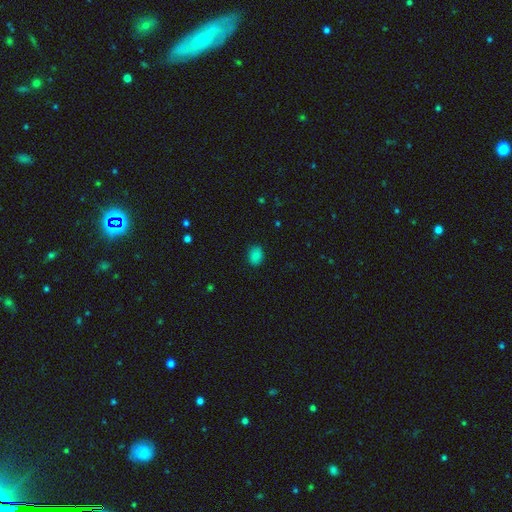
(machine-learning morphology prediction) Smooth or featured?
  - smooth: 84% *
  - star or artifact: 12%
  - featured or disk: 4%
How rounded?
  - in between: 67% *
  - round: 32%
  - cigar-shaped: 1%
Merging?
  - none: 86% *
  - minor disturbance: 10%
  - major disturbance: 2%
  - merger: 1%